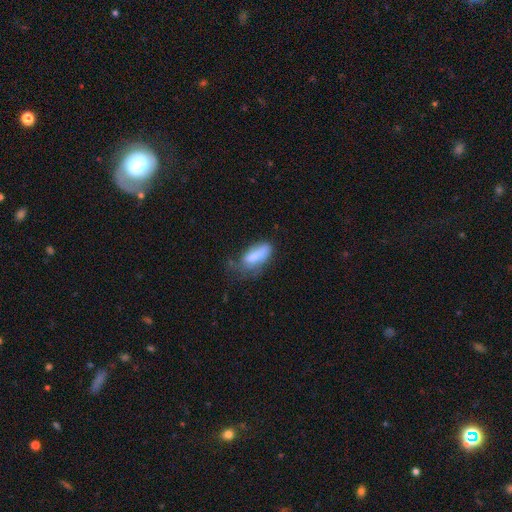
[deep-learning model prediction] smooth_or_featured: smooth (p=0.72) [alt: featured or disk p=0.20]
how_rounded: in between (p=0.73) [alt: cigar-shaped p=0.25]
merging: none (p=0.38) [alt: minor disturbance p=0.36]